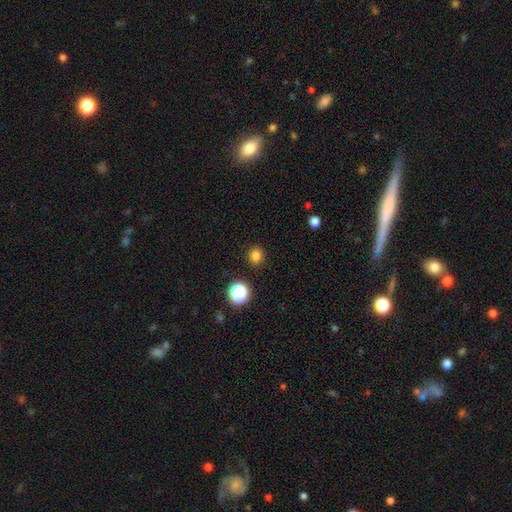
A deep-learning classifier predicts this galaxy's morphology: smooth 80%, star or artifact 16%, featured or disk 5%. Down the decision tree: how rounded — round (82%); merging — none (90%).